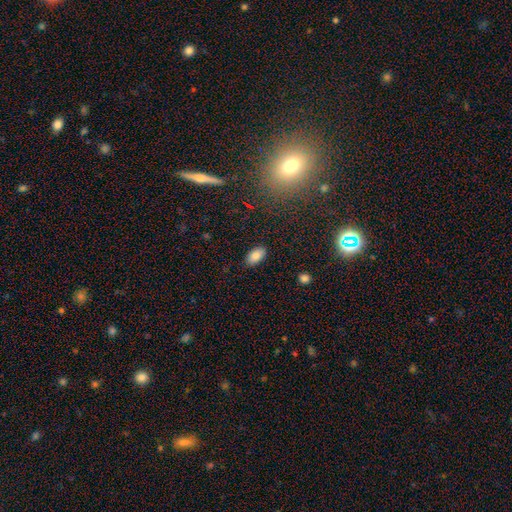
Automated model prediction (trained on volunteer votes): Q: Smooth or featured?
A: smooth (83%); runner-up: star or artifact (9%)
Q: How rounded?
A: in between (94%); runner-up: round (4%)
Q: Merging?
A: none (87%); runner-up: minor disturbance (9%)